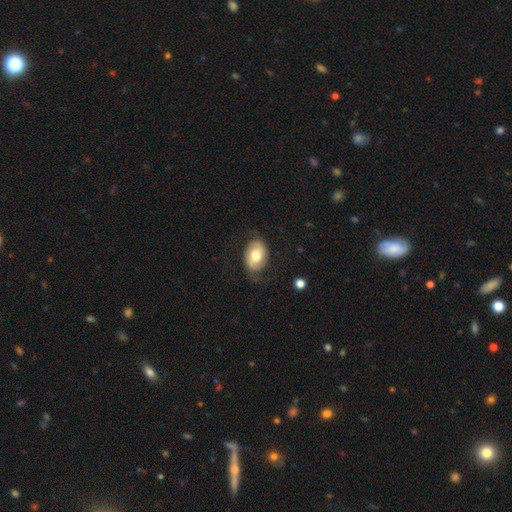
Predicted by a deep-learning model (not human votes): The model was most divided on "smooth or featured": smooth: 61%, featured or disk: 33%, star or artifact: 7%. More confident: how rounded — in between (85%); merging — none (66%).